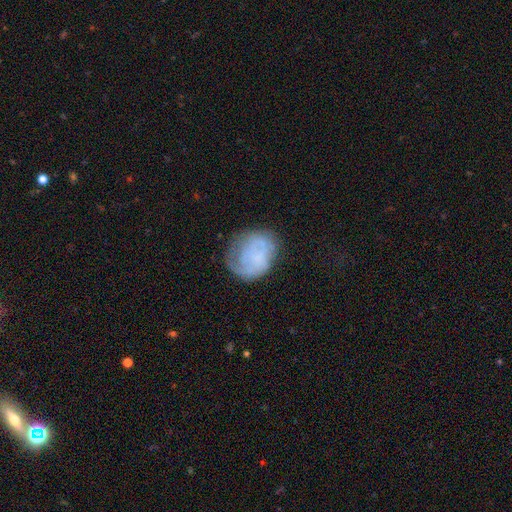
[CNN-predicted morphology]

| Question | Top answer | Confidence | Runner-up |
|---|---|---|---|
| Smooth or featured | featured or disk | 51% | smooth (40%) |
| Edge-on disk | no | 98% | yes (2%) |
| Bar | no | 80% | weak (16%) |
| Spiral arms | yes | 66% | no (34%) |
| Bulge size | none | 64% | small (21%) |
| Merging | none | 53% | minor disturbance (26%) |